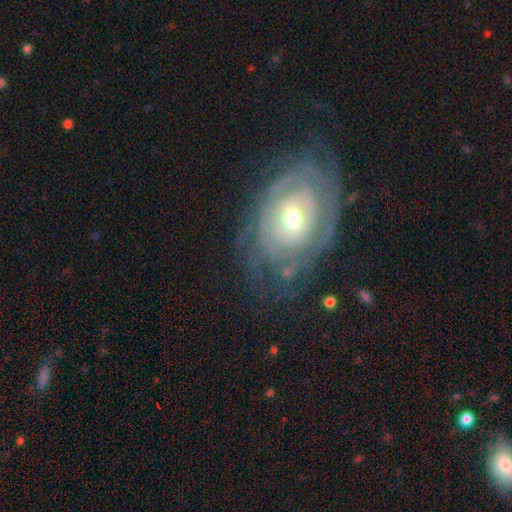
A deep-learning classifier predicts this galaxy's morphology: Smooth or featured? featured or disk (82%)
Edge-on disk? no (95%)
Bar? no (63%)
Spiral arms? yes (85%)
Spiral winding? tight (77%)
Spiral arm count? can't tell (50%)
Bulge size? moderate (62%)
Merging? none (72%)